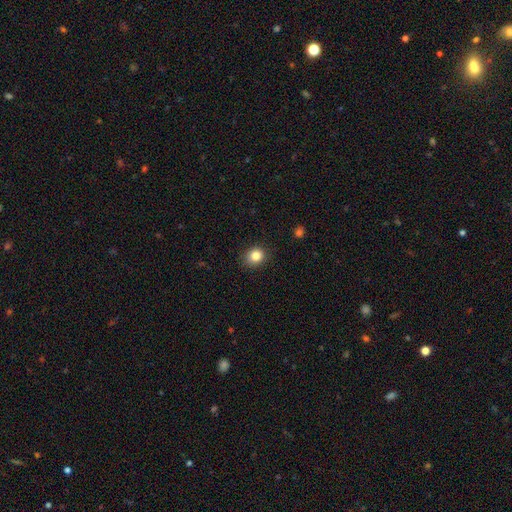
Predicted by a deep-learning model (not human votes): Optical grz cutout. It shows a smooth galaxy with no disk features (84%) that is round (74%). Merging: none (88%).